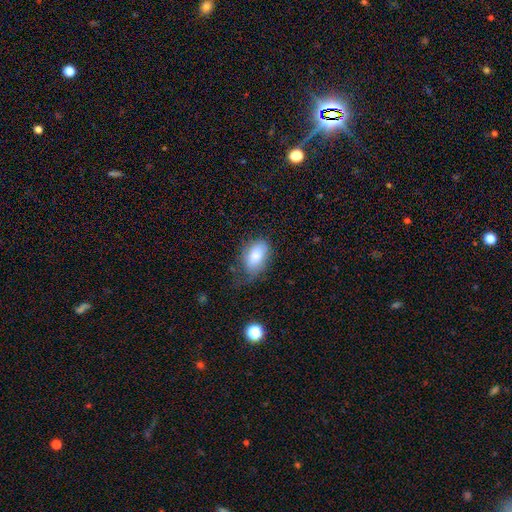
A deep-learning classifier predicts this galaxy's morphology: Q: Smooth or featured?
A: smooth (81%); runner-up: featured or disk (12%)
Q: How rounded?
A: in between (93%); runner-up: round (5%)
Q: Merging?
A: none (43%); runner-up: minor disturbance (34%)